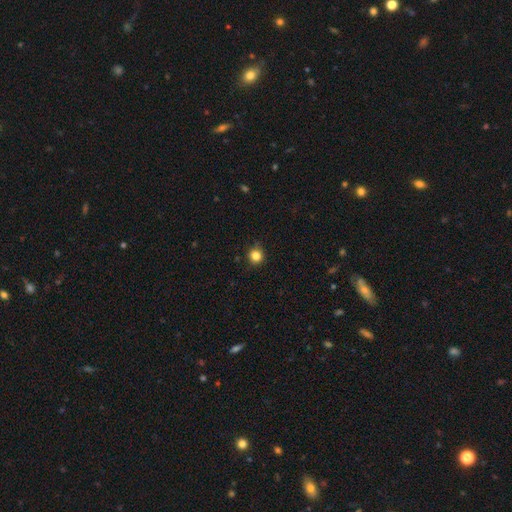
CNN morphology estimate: smooth_or_featured: smooth (p=0.83) [alt: star or artifact p=0.12]
how_rounded: round (p=0.92) [alt: in between p=0.07]
merging: none (p=0.87) [alt: minor disturbance p=0.10]